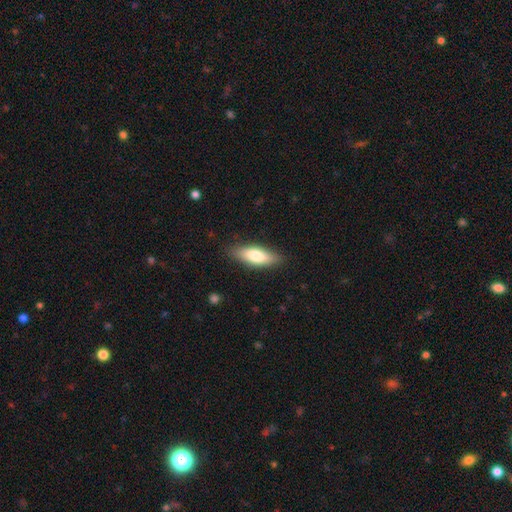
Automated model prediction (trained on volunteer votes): Overall: smooth (75%). How rounded: in between (62%; cigar-shaped 35%). Merging: none (85%).